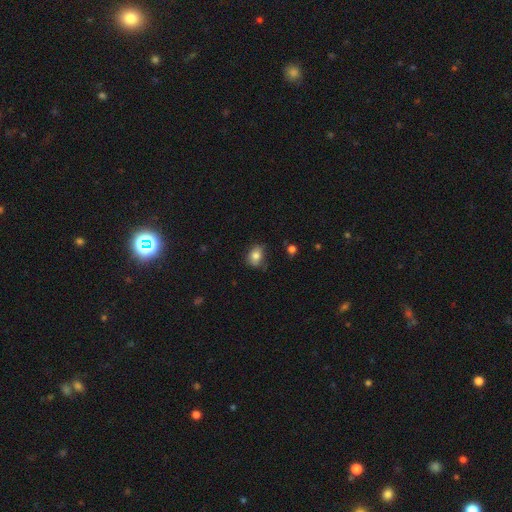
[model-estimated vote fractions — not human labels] Smooth or featured? Predicted: smooth (p=0.81). How rounded? Predicted: in between (p=0.61). Merging? Predicted: none (p=0.65).